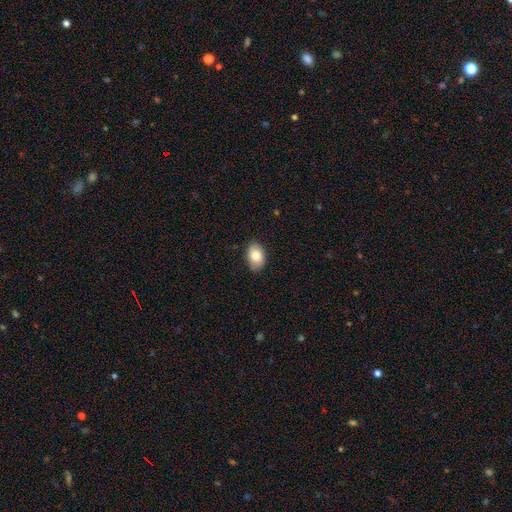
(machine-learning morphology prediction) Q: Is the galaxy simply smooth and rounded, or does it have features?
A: smooth — 81%.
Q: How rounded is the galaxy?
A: in between — 88%.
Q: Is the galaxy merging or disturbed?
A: none — 86%.